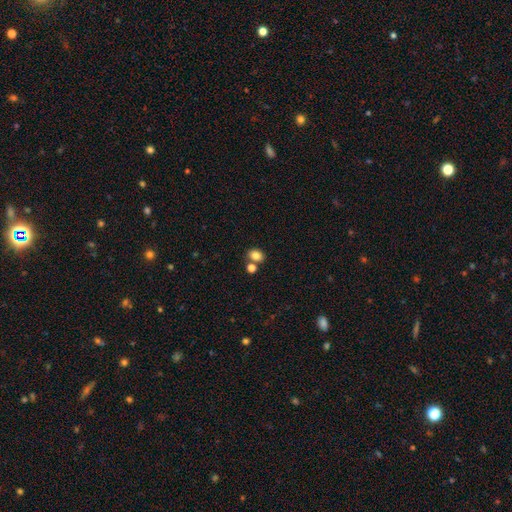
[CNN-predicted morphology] smooth-or-featured: smooth: 83% | star or artifact: 11% | featured or disk: 6%
  how-rounded: in between: 63% | round: 36% | cigar-shaped: 1%
  merging: none: 67% | merger: 20% | minor disturbance: 10% | major disturbance: 3%